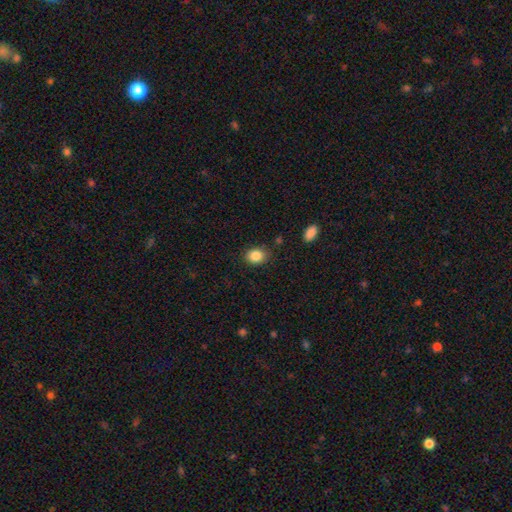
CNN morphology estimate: smooth_or_featured: smooth (p=0.86) [alt: star or artifact p=0.09]
how_rounded: in between (p=0.54) [alt: round p=0.45]
merging: none (p=0.84) [alt: minor disturbance p=0.11]